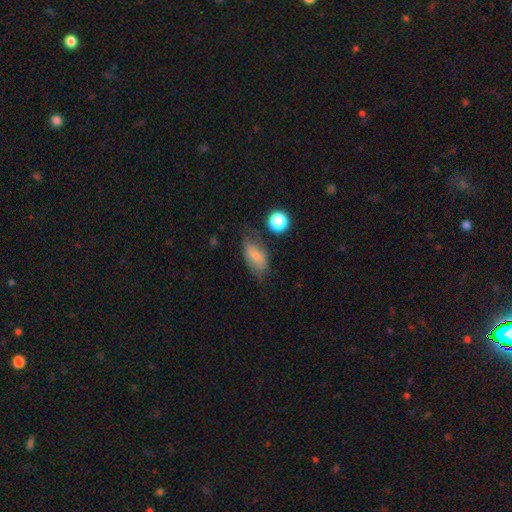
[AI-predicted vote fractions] smooth_or_featured: smooth (p=0.73) [alt: featured or disk p=0.17]
how_rounded: in between (p=0.87) [alt: cigar-shaped p=0.07]
merging: none (p=0.57) [alt: minor disturbance p=0.28]